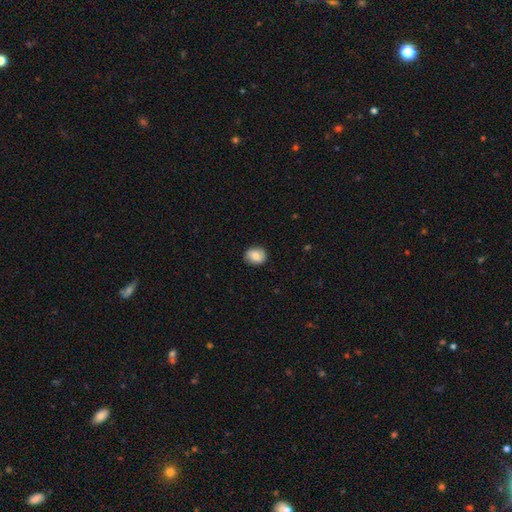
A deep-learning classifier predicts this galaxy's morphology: smooth-or-featured: smooth: 81% | featured or disk: 11% | star or artifact: 8%
  how-rounded: round: 57% | in between: 42% | cigar-shaped: 1%
  merging: none: 85% | minor disturbance: 11% | major disturbance: 2% | merger: 1%